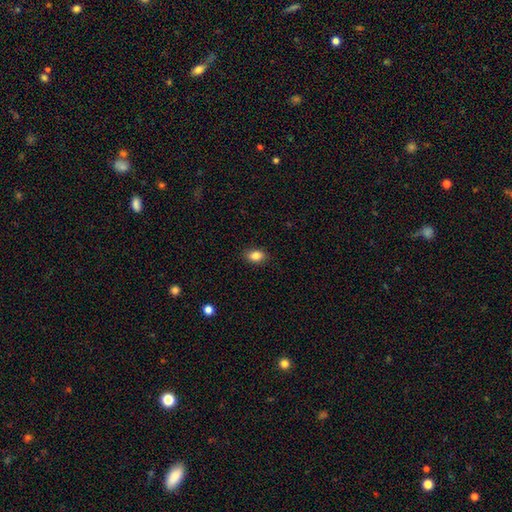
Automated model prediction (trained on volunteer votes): smooth_or_featured: smooth (p=0.85) [alt: star or artifact p=0.09]
how_rounded: in between (p=0.83) [alt: round p=0.15]
merging: none (p=0.88) [alt: minor disturbance p=0.09]